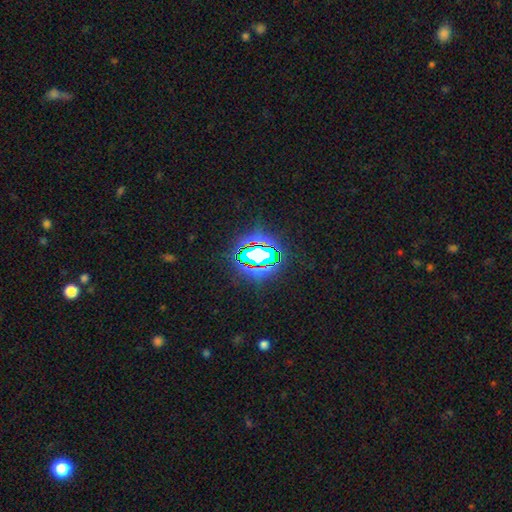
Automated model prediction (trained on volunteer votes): smooth_or_featured: star or artifact (p=0.70) [alt: smooth p=0.18]